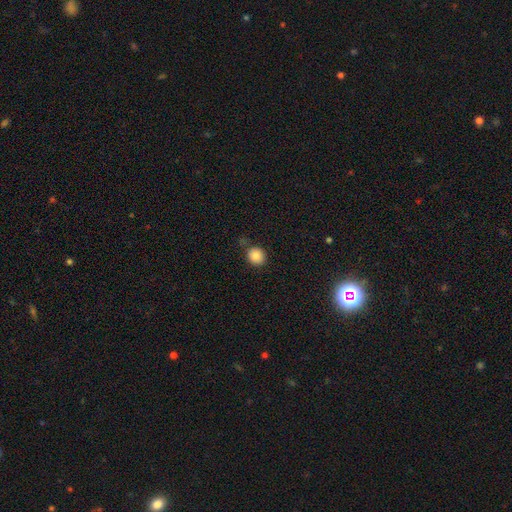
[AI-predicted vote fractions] Smooth or featured?
  - smooth: 86% *
  - star or artifact: 10%
  - featured or disk: 5%
How rounded?
  - round: 84% *
  - in between: 15%
  - cigar-shaped: 1%
Merging?
  - none: 77% *
  - minor disturbance: 14%
  - merger: 5%
  - major disturbance: 4%